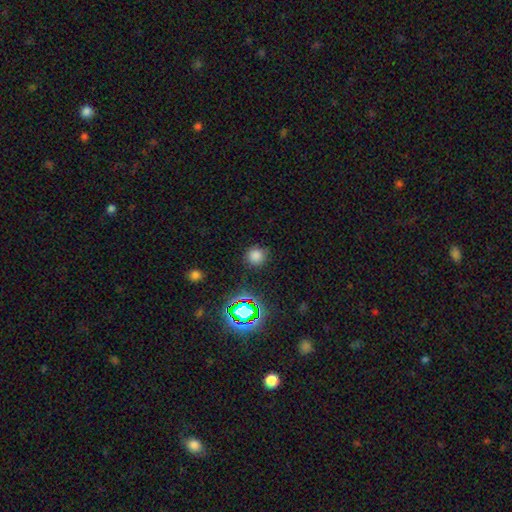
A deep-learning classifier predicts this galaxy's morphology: smooth-or-featured: smooth: 75% | star or artifact: 20% | featured or disk: 5%
  how-rounded: round: 92% | in between: 7% | cigar-shaped: 1%
  merging: none: 86% | minor disturbance: 9% | major disturbance: 3% | merger: 2%